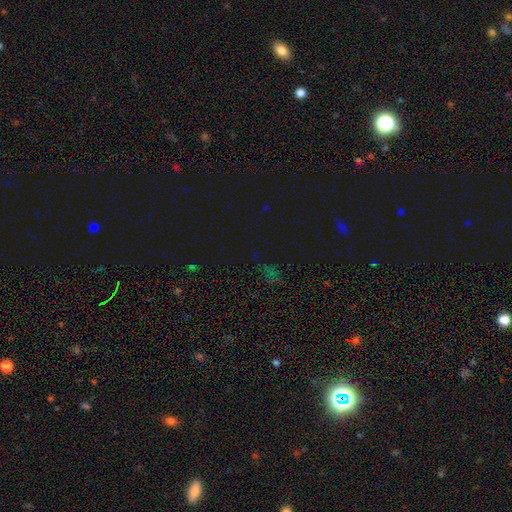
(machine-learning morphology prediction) Smooth or featured? star or artifact (70%)